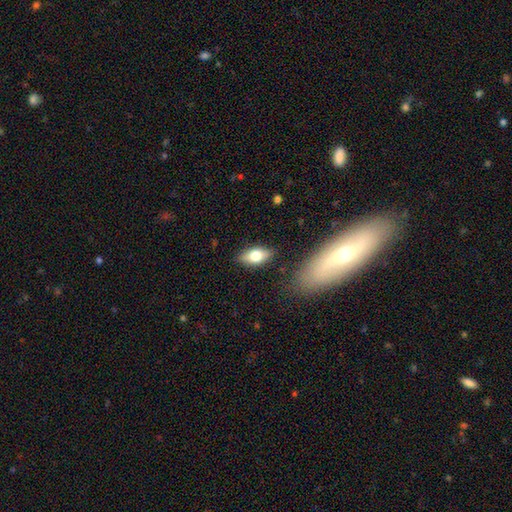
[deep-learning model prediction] smooth_or_featured: smooth (p=0.68) [alt: featured or disk p=0.25]
how_rounded: in between (p=0.85) [alt: cigar-shaped p=0.10]
merging: none (p=0.84) [alt: minor disturbance p=0.11]